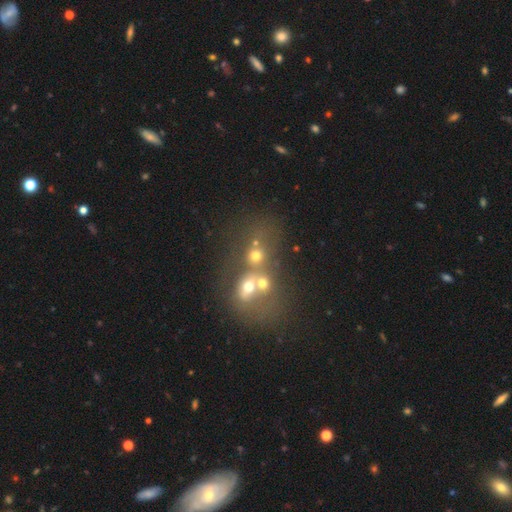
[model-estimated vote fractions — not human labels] Smooth or featured? smooth (59%)
How rounded? round (66%)
Merging? merger (53%)